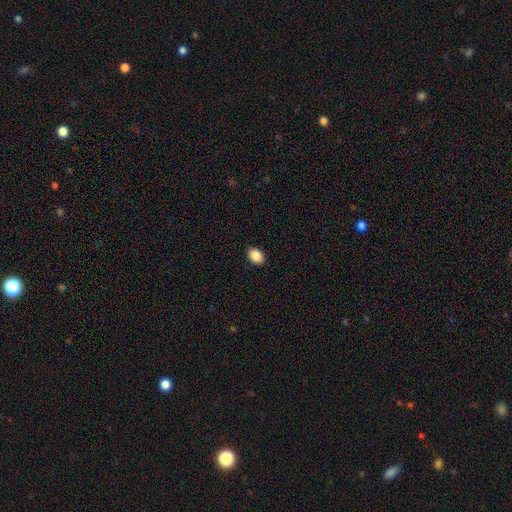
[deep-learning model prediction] This appears to be a smooth galaxy with no disk features (88%) that is in between round and cigar-shaped (77%). Merging: none (90%).